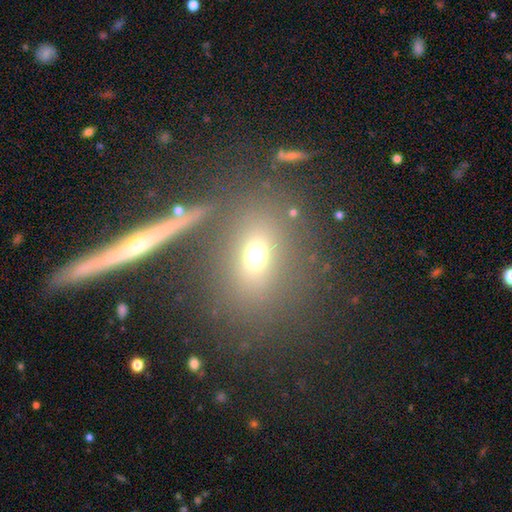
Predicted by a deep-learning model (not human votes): Smooth or featured? smooth (66%)
How rounded? in between (51%)
Merging? none (70%)